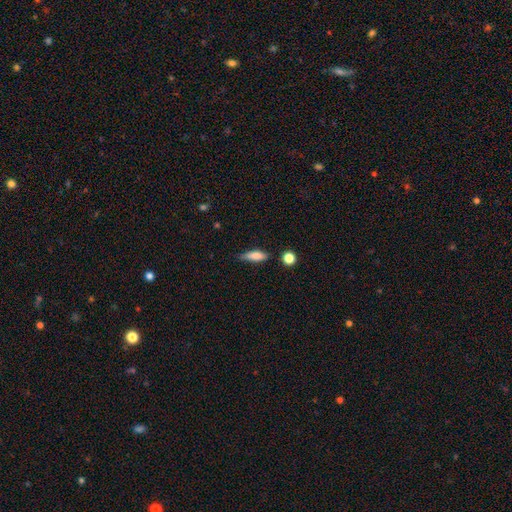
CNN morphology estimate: Smooth or featured: smooth — 76% (featured or disk — 16%)
How rounded: in between — 52% (cigar-shaped — 44%)
Merging: none — 60% (minor disturbance — 30%)